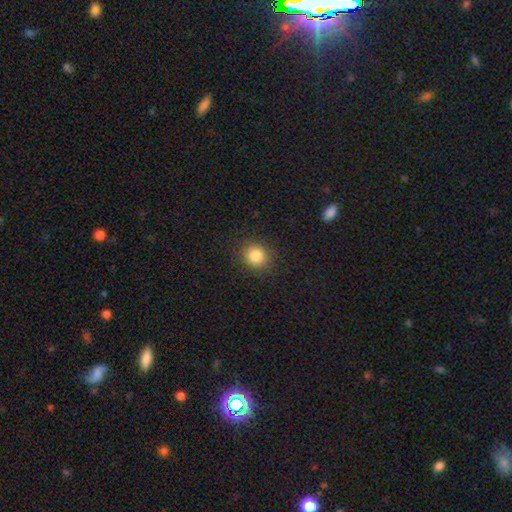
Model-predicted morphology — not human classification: Smooth or featured? smooth (84%)
How rounded? round (86%)
Merging? none (90%)